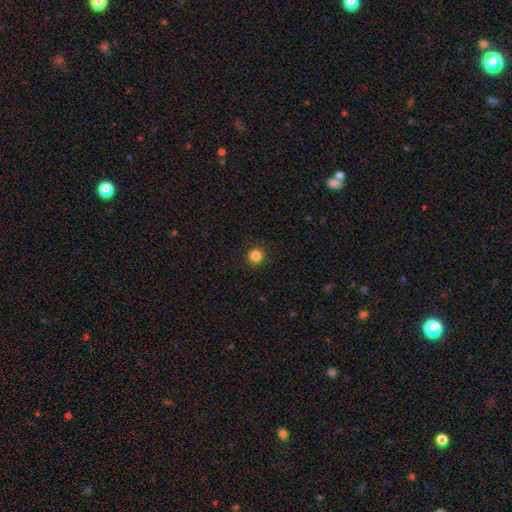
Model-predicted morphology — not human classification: This appears to be a smooth galaxy with no disk features (84%) that is round (95%). Merging: none (92%).